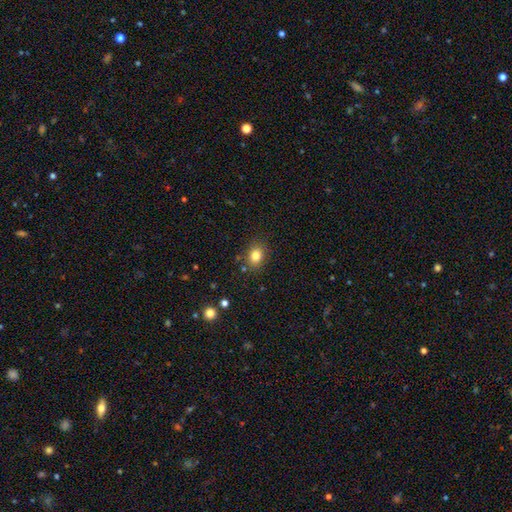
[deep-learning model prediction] Morphology: type=smooth (82%); roundness=in between (52%); merging=none (83%).